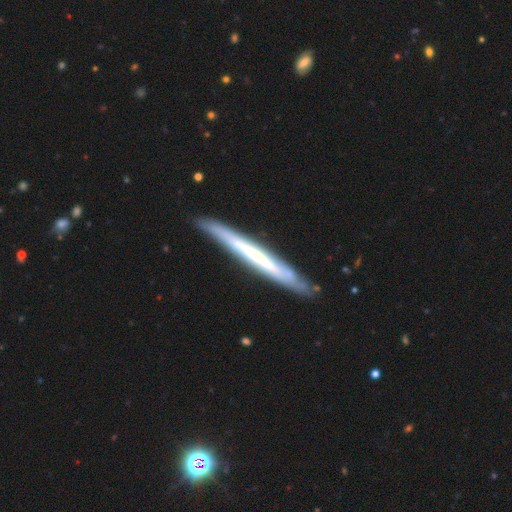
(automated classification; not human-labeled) This appears to be a featured or disk galaxy (61%) viewed edge-on (89%) with no central bulge (82%). Merging: none (84%).